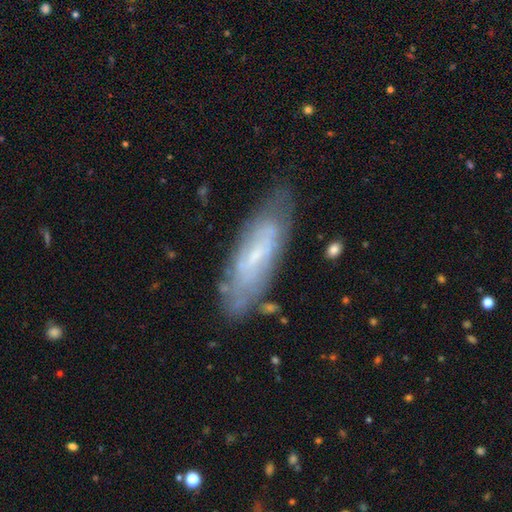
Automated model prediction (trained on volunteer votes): Smooth or featured?
  - featured or disk: 56% *
  - smooth: 36%
  - star or artifact: 8%
Edge-on disk?
  - no: 72% *
  - yes: 28%
Merging?
  - none: 73% *
  - minor disturbance: 19%
  - major disturbance: 6%
  - merger: 3%